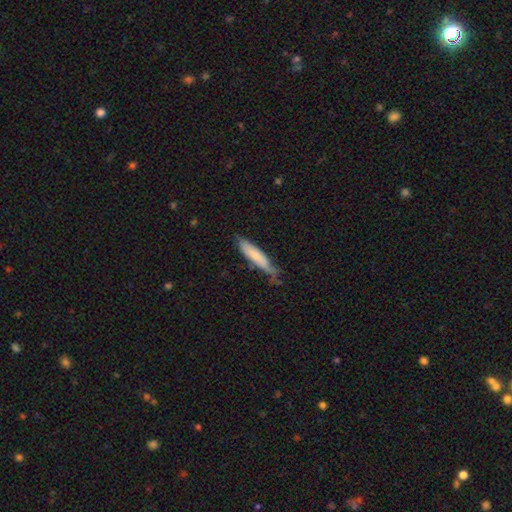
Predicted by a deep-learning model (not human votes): Smooth or featured: smooth — 71% (featured or disk — 23%)
How rounded: cigar-shaped — 85% (in between — 14%)
Merging: none — 62% (minor disturbance — 29%)